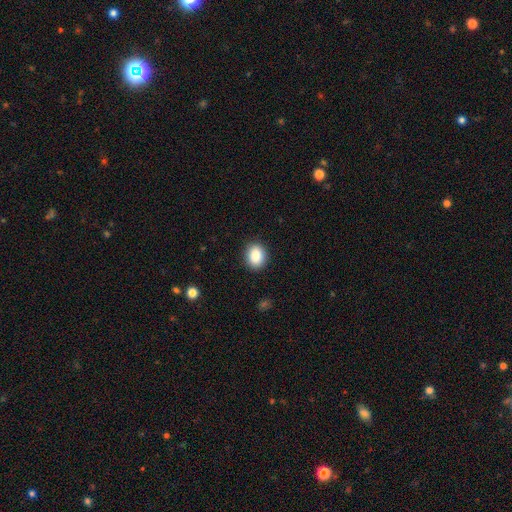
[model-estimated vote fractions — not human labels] This appears to be a smooth galaxy with no disk features (88%) that is in between round and cigar-shaped (50%). Merging: none (89%).